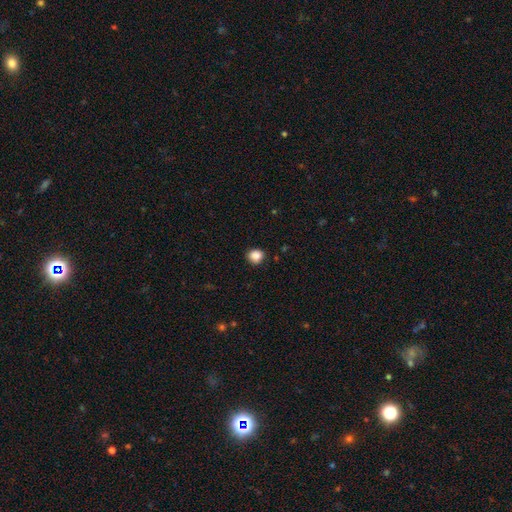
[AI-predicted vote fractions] A smooth galaxy with no disk features (87%) that is round (81%).

Vote fractions:
- Smooth or featured? smooth: 87% / star or artifact: 10% / featured or disk: 3%
- How rounded? round: 81% / in between: 18% / cigar-shaped: 1%
- Merging? none: 87% / minor disturbance: 10% / major disturbance: 2% / merger: 1%